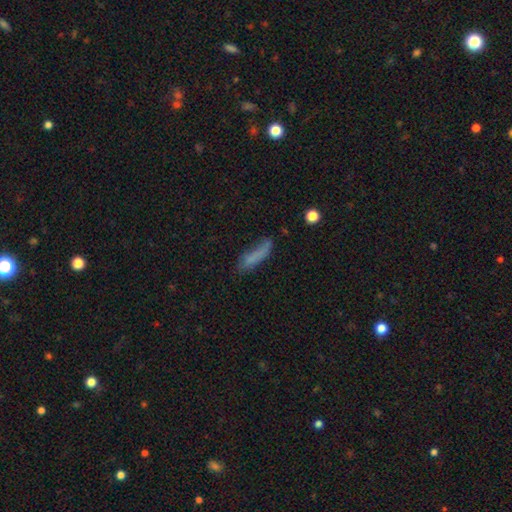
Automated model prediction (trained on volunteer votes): Smooth or featured? Predicted: smooth (p=0.72). How rounded? Predicted: cigar-shaped (p=0.69). Merging? Predicted: none (p=0.51).